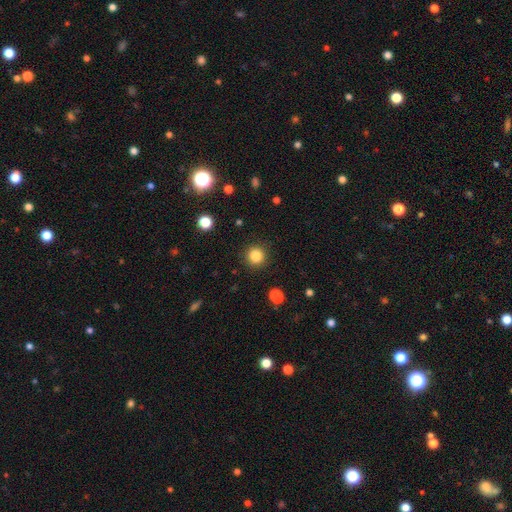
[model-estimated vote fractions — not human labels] smooth-or-featured: smooth: 85% | star or artifact: 11% | featured or disk: 4%
  how-rounded: round: 94% | in between: 5% | cigar-shaped: 1%
  merging: none: 90% | minor disturbance: 6% | major disturbance: 3% | merger: 1%